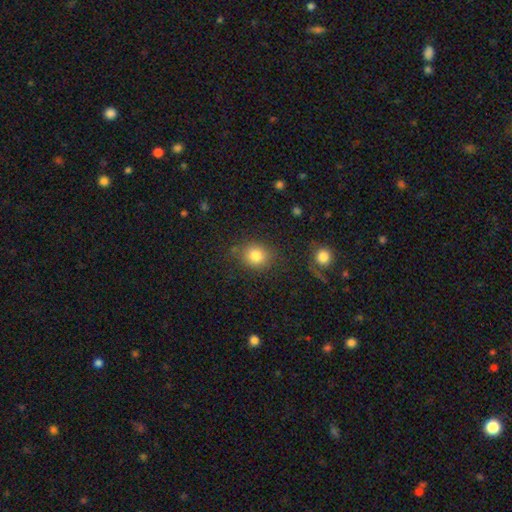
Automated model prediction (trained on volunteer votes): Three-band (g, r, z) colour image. It shows a smooth galaxy with no disk features (82%) that is round (75%). Merging: none (81%).